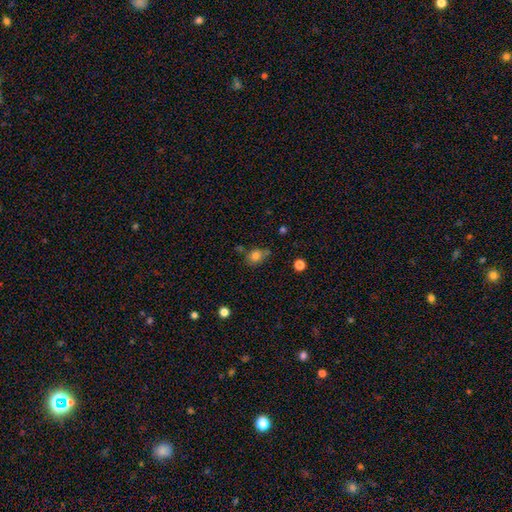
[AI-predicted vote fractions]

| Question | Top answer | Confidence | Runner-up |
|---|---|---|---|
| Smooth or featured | smooth | 81% | star or artifact (12%) |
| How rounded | round | 51% | in between (48%) |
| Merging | none | 58% | minor disturbance (25%) |